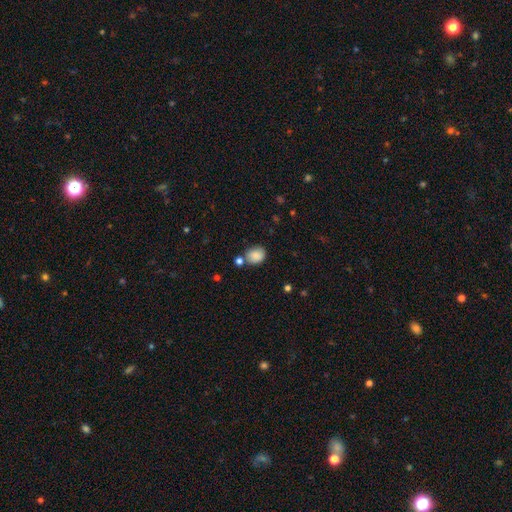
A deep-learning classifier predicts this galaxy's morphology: Q: Smooth or featured?
A: smooth (86%); runner-up: star or artifact (9%)
Q: How rounded?
A: in between (50%); runner-up: round (49%)
Q: Merging?
A: none (66%); runner-up: minor disturbance (16%)